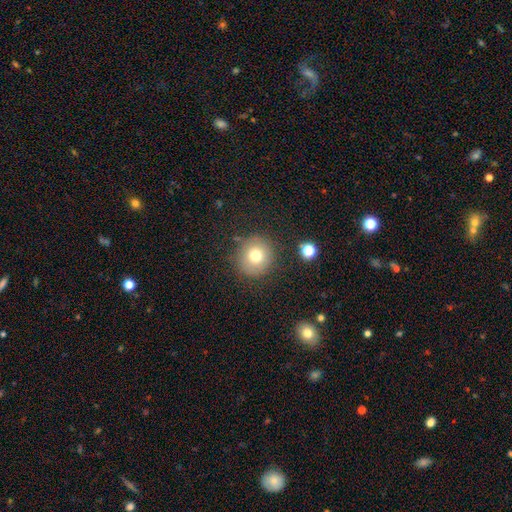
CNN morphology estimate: Overall: smooth (74%). How rounded: round (93%). Merging: none (84%).